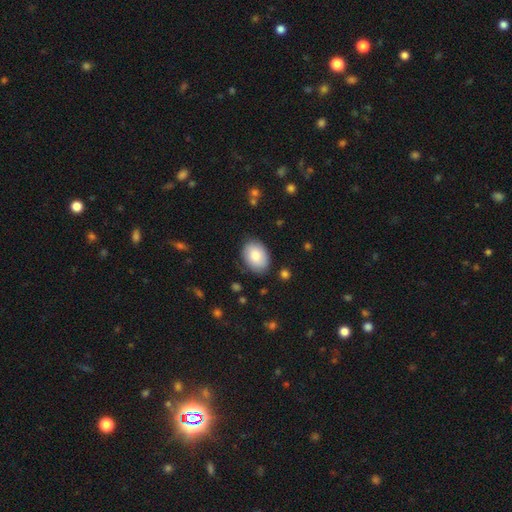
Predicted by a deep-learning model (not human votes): This is clearly a smooth galaxy (83%). How rounded: clearly in between (82%). Merging: clearly none (82%).